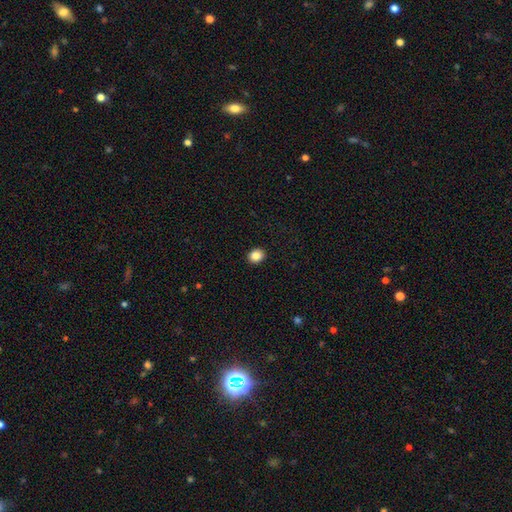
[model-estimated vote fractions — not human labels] Overall: smooth (85%). How rounded: round (65%; in between 34%). Merging: none (92%).